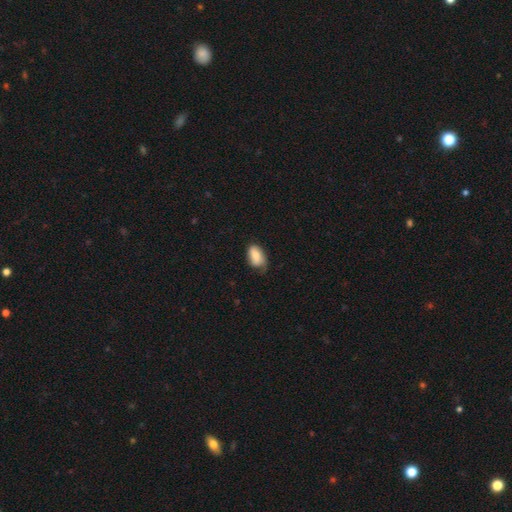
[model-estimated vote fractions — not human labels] A smooth galaxy with no disk features (75%) that is in between round and cigar-shaped (91%).

Vote fractions:
- Smooth or featured? smooth: 75% / featured or disk: 18% / star or artifact: 7%
- How rounded? in between: 91% / round: 7% / cigar-shaped: 2%
- Merging? none: 49% / minor disturbance: 38% / major disturbance: 12% / merger: 1%